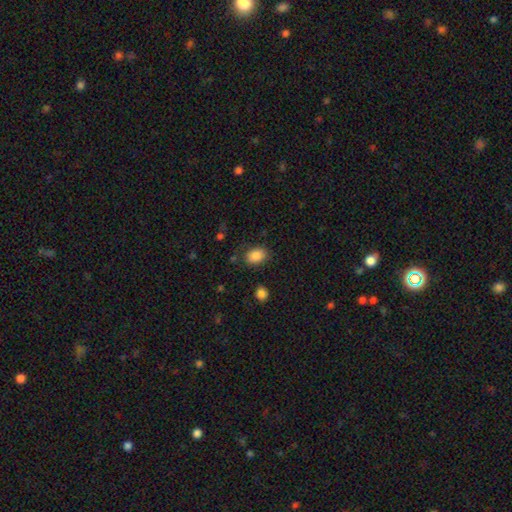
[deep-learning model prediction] Smooth or featured?
  - smooth: 87% *
  - star or artifact: 9%
  - featured or disk: 4%
How rounded?
  - in between: 72% *
  - round: 27%
  - cigar-shaped: 1%
Merging?
  - none: 80% *
  - minor disturbance: 13%
  - major disturbance: 4%
  - merger: 3%